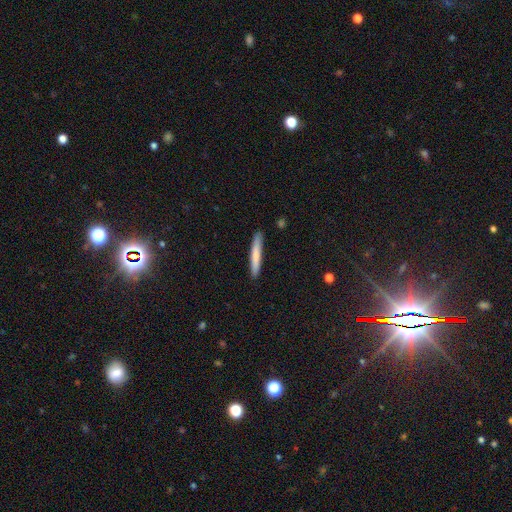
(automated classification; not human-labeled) Q: Smooth or featured?
A: smooth (74%); runner-up: featured or disk (20%)
Q: How rounded?
A: cigar-shaped (95%); runner-up: in between (4%)
Q: Merging?
A: none (89%); runner-up: minor disturbance (8%)